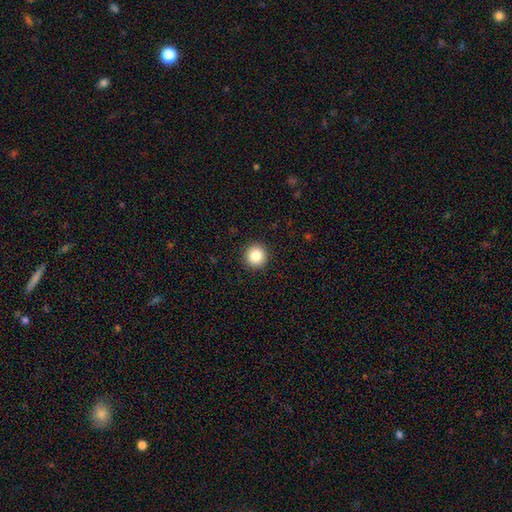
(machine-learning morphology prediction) Smooth or featured? Predicted: smooth (p=0.84). How rounded? Predicted: round (p=0.95). Merging? Predicted: none (p=0.93).